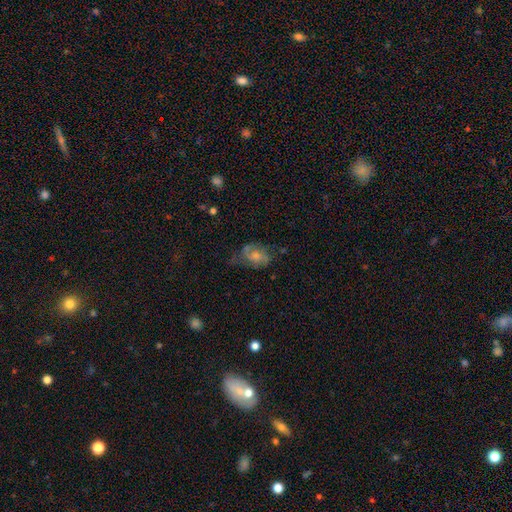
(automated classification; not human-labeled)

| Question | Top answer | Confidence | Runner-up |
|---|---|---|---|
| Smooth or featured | featured or disk | 50% | smooth (41%) |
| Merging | none | 42% | minor disturbance (31%) |